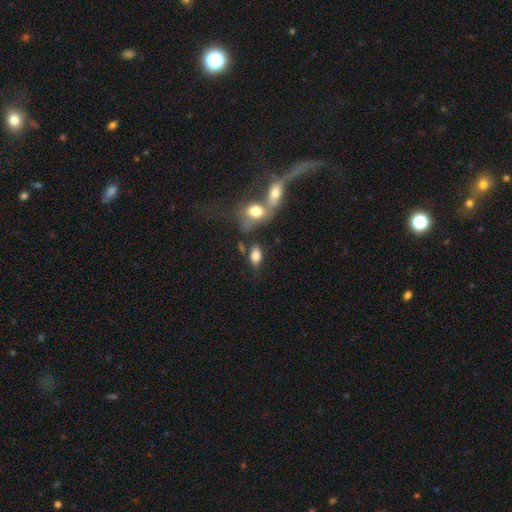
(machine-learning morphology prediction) smooth_or_featured: smooth (p=0.79) [alt: featured or disk p=0.12]
how_rounded: in between (p=0.88) [alt: round p=0.08]
merging: none (p=0.61) [alt: merger p=0.18]